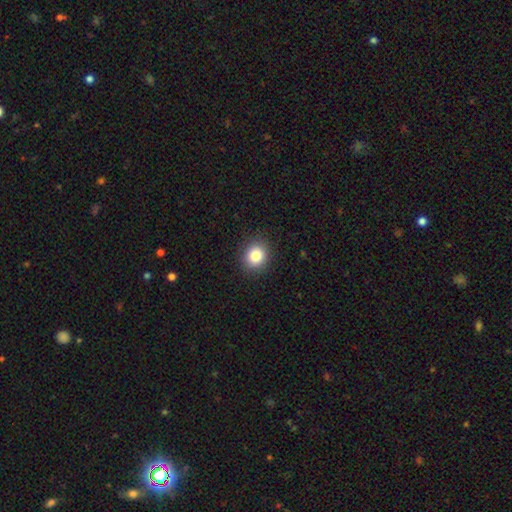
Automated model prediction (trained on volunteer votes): Overall: smooth (83%). How rounded: round (73%). Merging: none (90%).